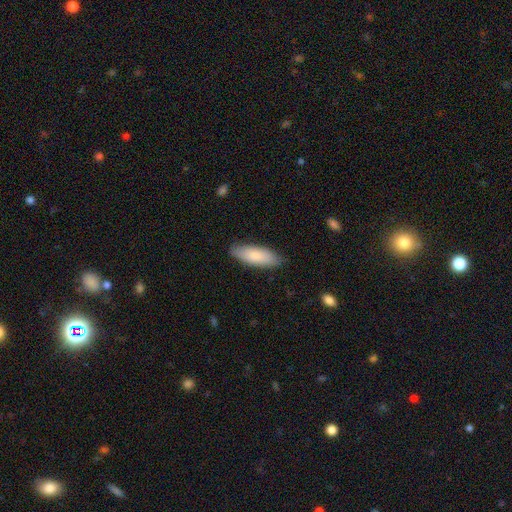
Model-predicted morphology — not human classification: smooth-or-featured: smooth: 83% | featured or disk: 12% | star or artifact: 5%
  how-rounded: in between: 66% | cigar-shaped: 32% | round: 2%
  merging: none: 84% | minor disturbance: 13% | major disturbance: 2% | merger: 1%